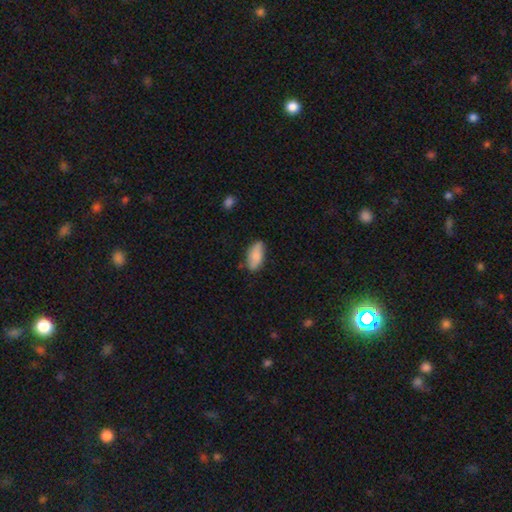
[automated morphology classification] Smooth or featured?
  - smooth: 81% *
  - featured or disk: 13%
  - star or artifact: 6%
How rounded?
  - in between: 88% *
  - cigar-shaped: 10%
  - round: 2%
Merging?
  - none: 77% *
  - minor disturbance: 18%
  - major disturbance: 3%
  - merger: 2%